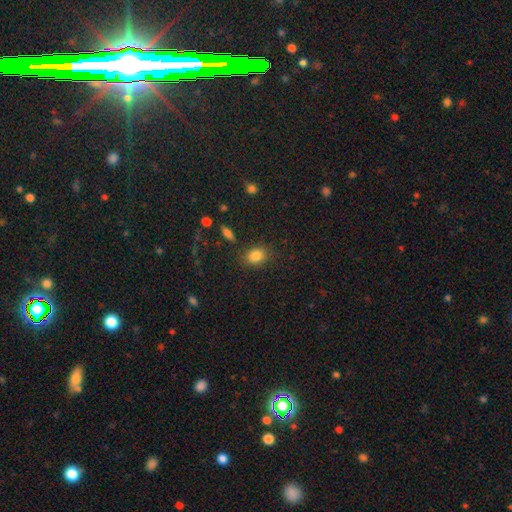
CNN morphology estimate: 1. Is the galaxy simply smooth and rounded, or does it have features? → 84% smooth, 10% star or artifact, 6% featured or disk.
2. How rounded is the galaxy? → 57% in between, 41% round, 1% cigar-shaped.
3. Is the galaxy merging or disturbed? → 82% none, 12% minor disturbance, 4% major disturbance, 3% merger.